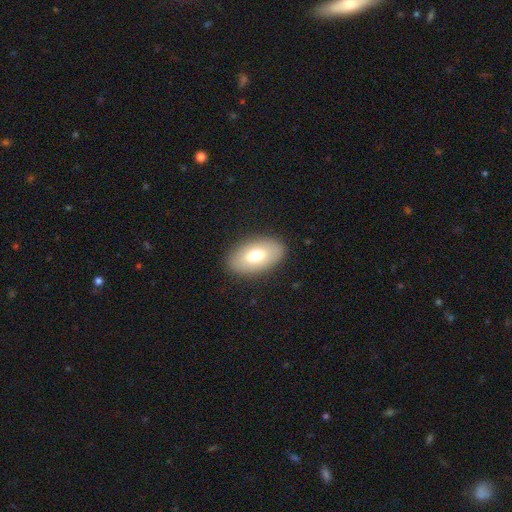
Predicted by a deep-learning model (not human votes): This is likely a smooth galaxy (72%). How rounded: clearly in between (93%). Merging: clearly none (88%).